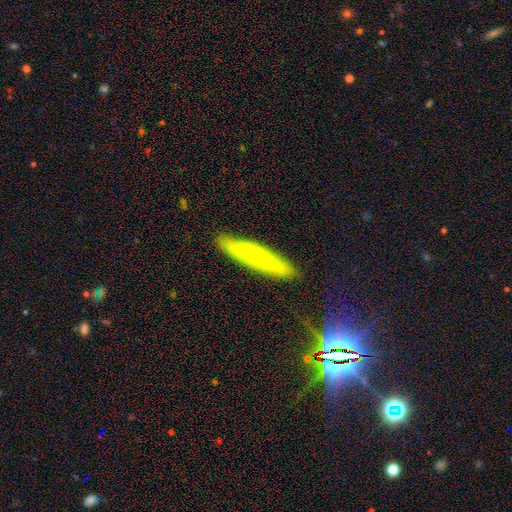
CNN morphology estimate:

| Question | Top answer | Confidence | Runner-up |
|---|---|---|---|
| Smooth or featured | smooth | 58% | featured or disk (32%) |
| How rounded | cigar-shaped | 89% | in between (10%) |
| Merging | none | 87% | minor disturbance (10%) |